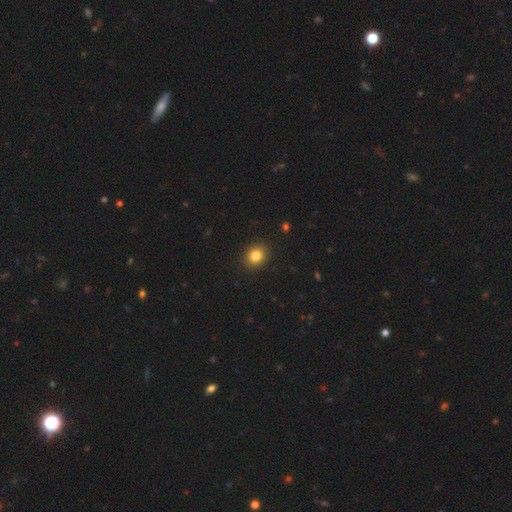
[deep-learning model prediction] smooth_or_featured: smooth (p=0.84) [alt: star or artifact p=0.11]
how_rounded: round (p=0.70) [alt: in between p=0.29]
merging: none (p=0.91) [alt: minor disturbance p=0.06]